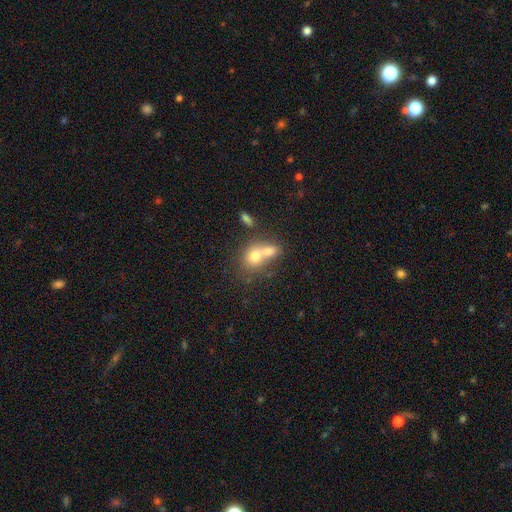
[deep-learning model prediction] smooth 71%, featured or disk 19%, star or artifact 10%. Down the decision tree: how rounded — round (54%); merging — merger (63%).